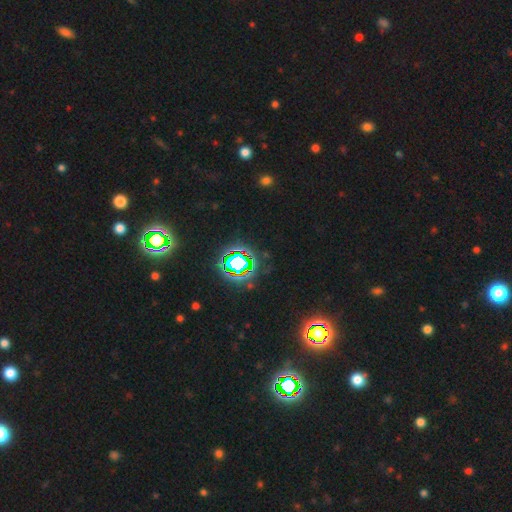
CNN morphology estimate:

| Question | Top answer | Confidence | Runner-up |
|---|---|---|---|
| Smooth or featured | star or artifact | 81% | smooth (12%) |